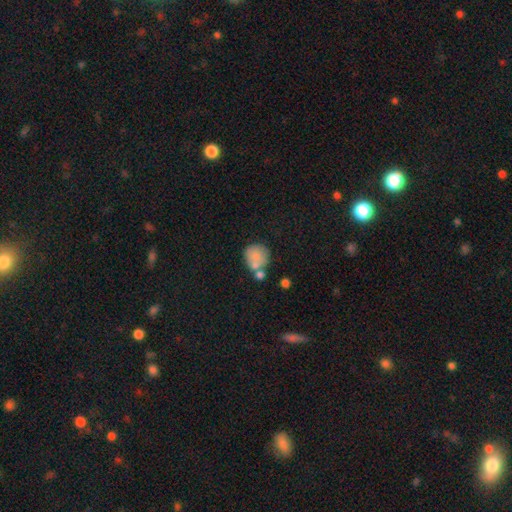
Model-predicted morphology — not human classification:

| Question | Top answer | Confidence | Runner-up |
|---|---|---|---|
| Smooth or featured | smooth | 78% | featured or disk (13%) |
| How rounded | round | 84% | in between (15%) |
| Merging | none | 52% | merger (24%) |